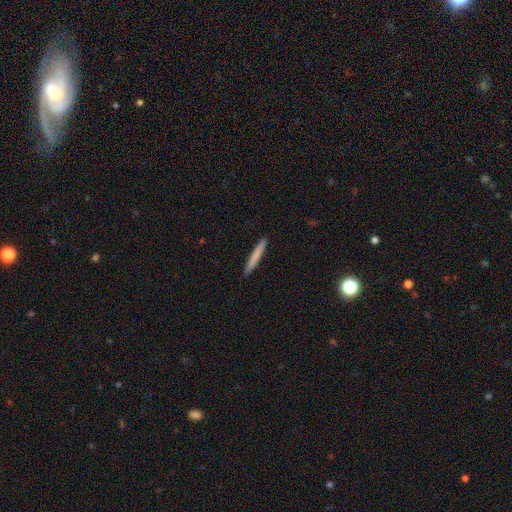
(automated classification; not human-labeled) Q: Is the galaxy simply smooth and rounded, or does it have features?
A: smooth — 75%.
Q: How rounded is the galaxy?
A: cigar-shaped — 96%.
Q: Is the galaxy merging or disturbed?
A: none — 92%.